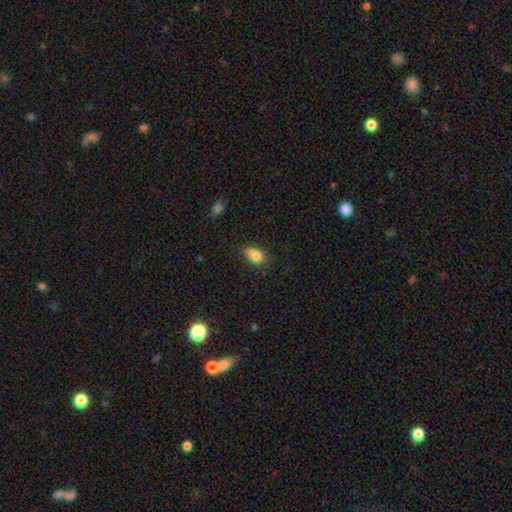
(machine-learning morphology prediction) Smooth or featured? smooth (81%)
How rounded? in between (72%)
Merging? none (58%)